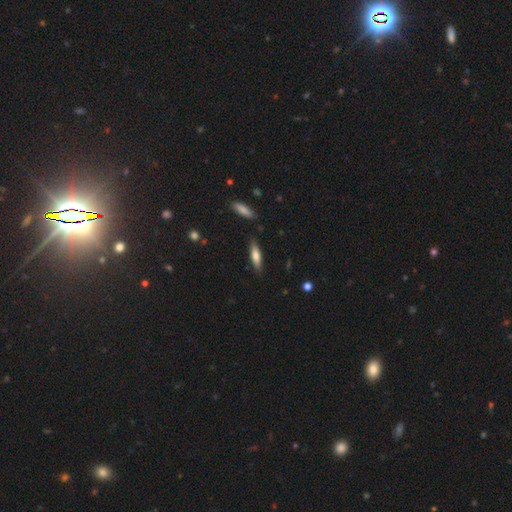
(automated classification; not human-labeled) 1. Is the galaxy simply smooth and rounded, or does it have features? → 68% smooth, 26% featured or disk, 6% star or artifact.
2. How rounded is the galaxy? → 70% cigar-shaped, 29% in between, 2% round.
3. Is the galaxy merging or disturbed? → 84% none, 12% minor disturbance, 2% merger, 2% major disturbance.